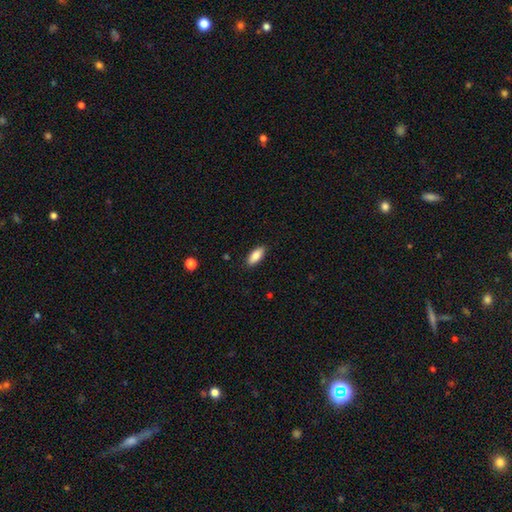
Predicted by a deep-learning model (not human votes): Overall: smooth (85%). How rounded: in between (83%). Merging: none (88%).